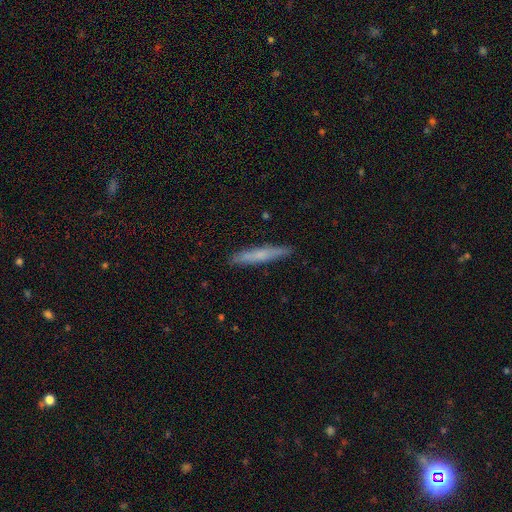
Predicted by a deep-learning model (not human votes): Smooth or featured: smooth — 61% (featured or disk — 32%)
How rounded: cigar-shaped — 95% (in between — 4%)
Merging: none — 89% (minor disturbance — 8%)